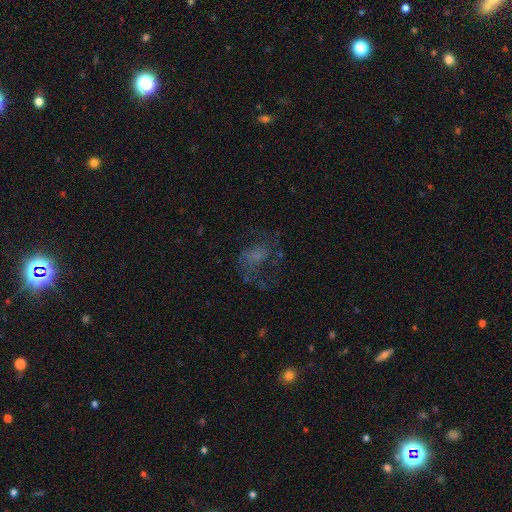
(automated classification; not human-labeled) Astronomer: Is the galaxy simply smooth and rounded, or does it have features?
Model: featured or disk — 47% (runner-up: smooth, 32%).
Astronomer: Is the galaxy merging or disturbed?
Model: none — 42% (runner-up: major disturbance, 38%).